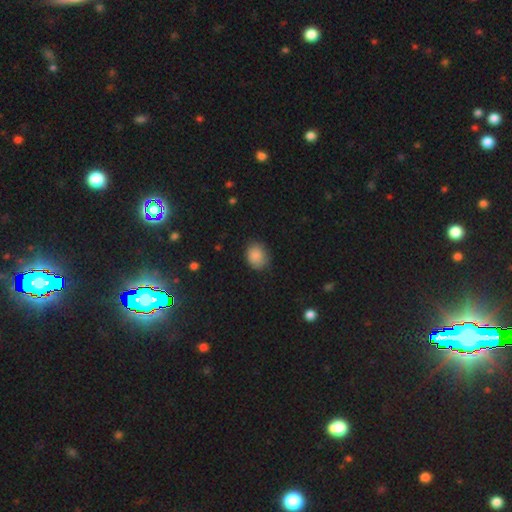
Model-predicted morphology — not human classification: A smooth galaxy with no disk features (87%) that is round (59%).

Vote fractions:
- Smooth or featured? smooth: 87% / star or artifact: 8% / featured or disk: 5%
- How rounded? round: 59% / in between: 41% / cigar-shaped: 1%
- Merging? none: 75% / minor disturbance: 20% / major disturbance: 4% / merger: 1%